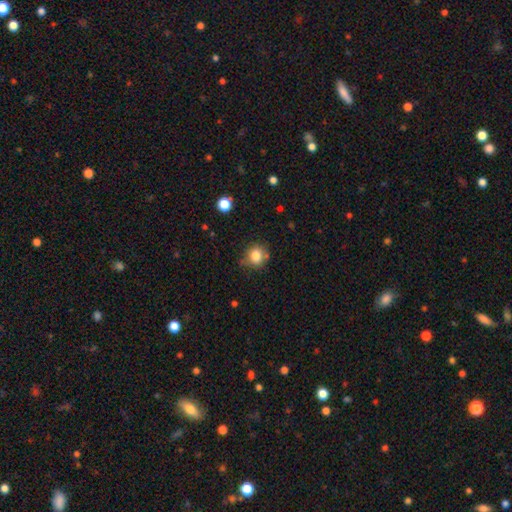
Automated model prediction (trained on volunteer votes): Q: Smooth or featured?
A: smooth (81%); runner-up: star or artifact (11%)
Q: How rounded?
A: round (73%); runner-up: in between (26%)
Q: Merging?
A: none (67%); runner-up: minor disturbance (23%)